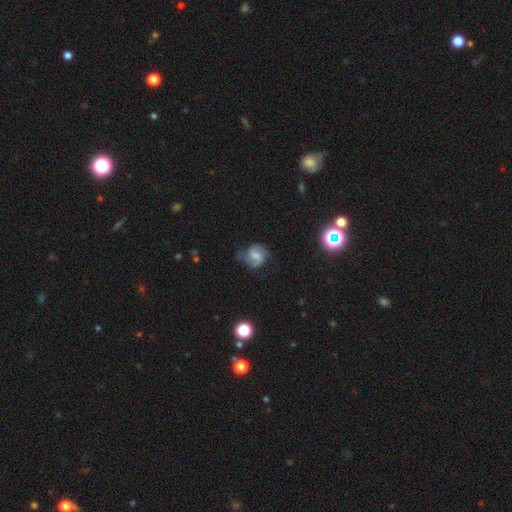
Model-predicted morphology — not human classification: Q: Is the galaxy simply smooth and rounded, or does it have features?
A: featured or disk — 58%.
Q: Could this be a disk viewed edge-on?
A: no — 97%.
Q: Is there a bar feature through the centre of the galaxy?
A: weak — 49%.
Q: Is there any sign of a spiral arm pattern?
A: yes — 89%.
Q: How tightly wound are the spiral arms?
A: medium — 48%.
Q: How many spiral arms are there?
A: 2 — 81%.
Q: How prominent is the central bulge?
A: small — 33%.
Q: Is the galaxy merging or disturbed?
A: none — 58%.